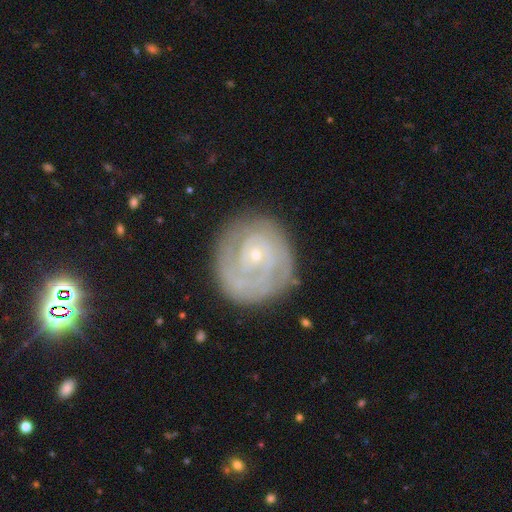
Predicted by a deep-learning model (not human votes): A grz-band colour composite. It shows a featured or disk galaxy (76%) with no bar (77%), tight (79%) spiral arms (85%) and a small central bulge (82%). Merging: none (78%).